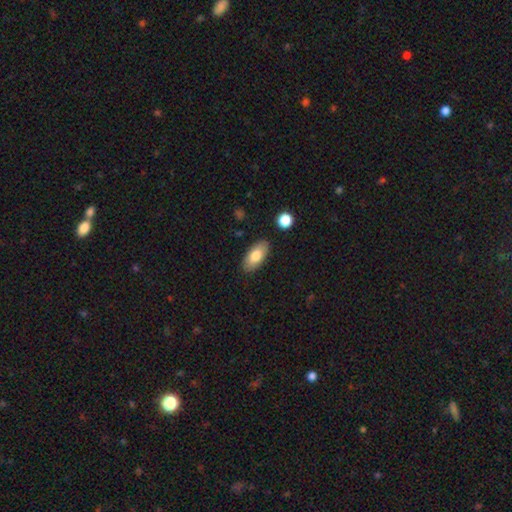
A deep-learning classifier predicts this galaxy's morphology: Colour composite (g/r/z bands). It shows a smooth galaxy with no disk features (79%) that is in between round and cigar-shaped (90%). Merging: none (87%).